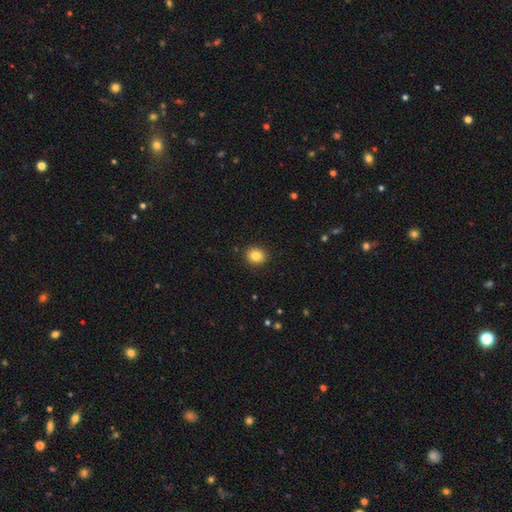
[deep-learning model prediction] The model was most divided on "how rounded": round: 69%, in between: 30%, cigar-shaped: 1%. More confident: merging — none (90%); smooth or featured — smooth (84%).